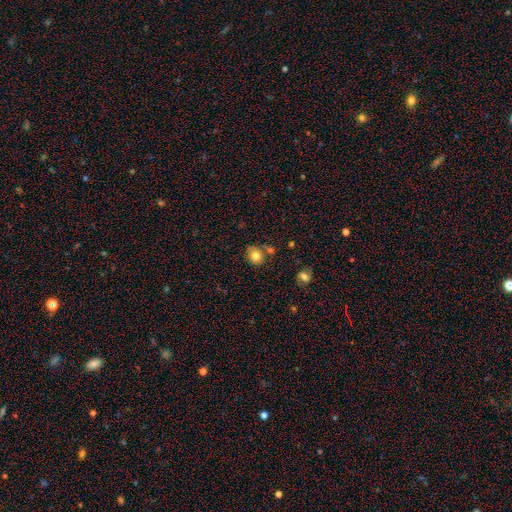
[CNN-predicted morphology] A smooth galaxy with no disk features (79%) that is round (76%). Merging: none (70%).